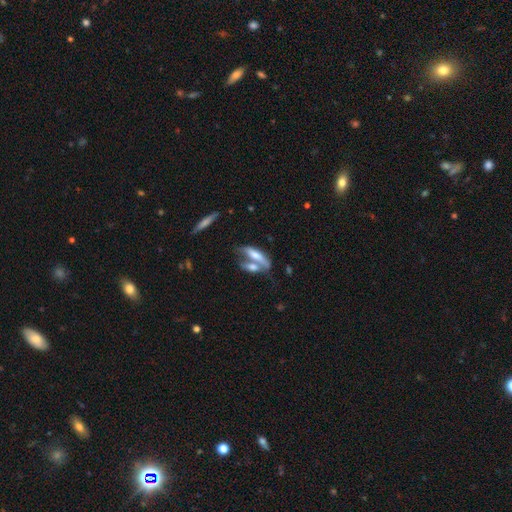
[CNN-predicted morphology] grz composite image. It shows a smooth galaxy with no disk features (56%) that is in between round and cigar-shaped (49%, tied with cigar-shaped). Merging: merger (53%).